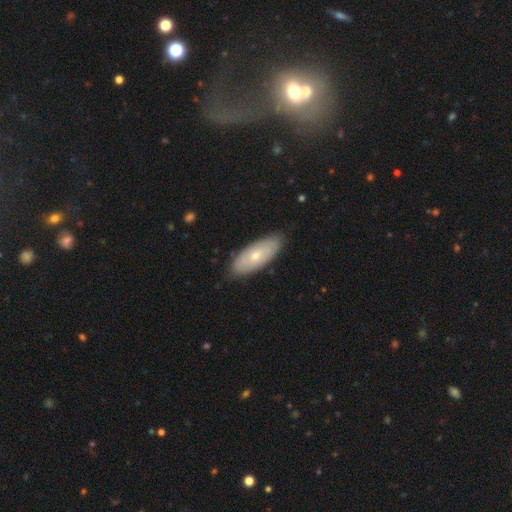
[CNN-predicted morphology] A smooth galaxy with no disk features (50%) that is in between round and cigar-shaped (83%). Merging: none (84%).